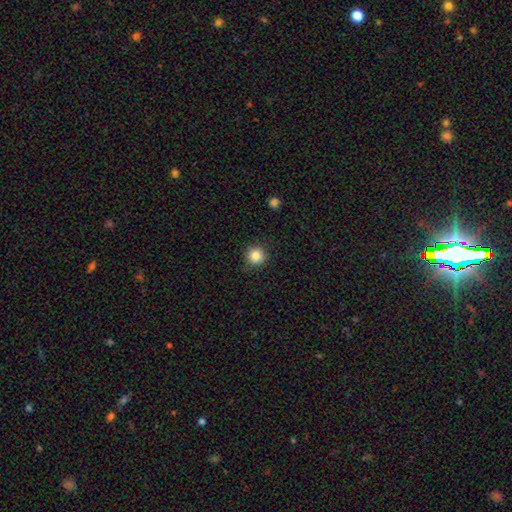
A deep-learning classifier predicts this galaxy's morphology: The model was most divided on "smooth or featured": smooth: 85%, star or artifact: 10%, featured or disk: 4%. More confident: how rounded — round (95%); merging — none (89%).